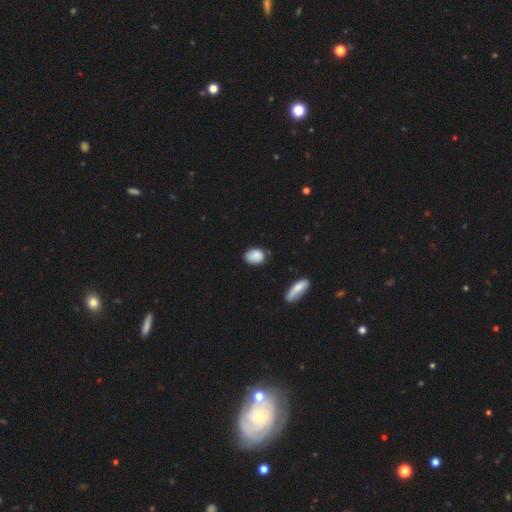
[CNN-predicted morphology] Q: Smooth or featured?
A: smooth (87%); runner-up: star or artifact (8%)
Q: How rounded?
A: in between (69%); runner-up: round (29%)
Q: Merging?
A: none (70%); runner-up: minor disturbance (23%)